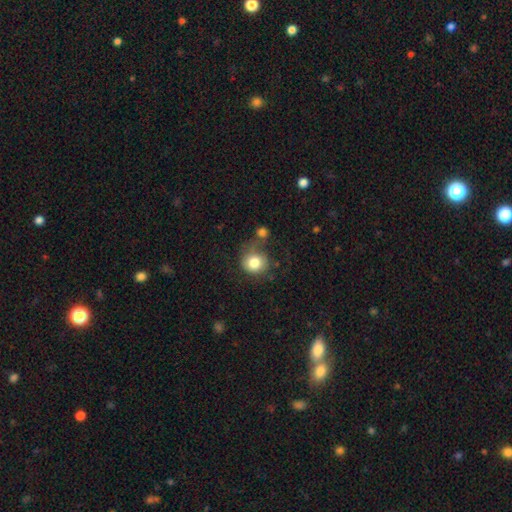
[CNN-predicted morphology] Smooth or featured?
  - smooth: 77% *
  - star or artifact: 13%
  - featured or disk: 9%
How rounded?
  - round: 81% *
  - in between: 18%
  - cigar-shaped: 1%
Merging?
  - none: 68% *
  - minor disturbance: 17%
  - merger: 9%
  - major disturbance: 7%